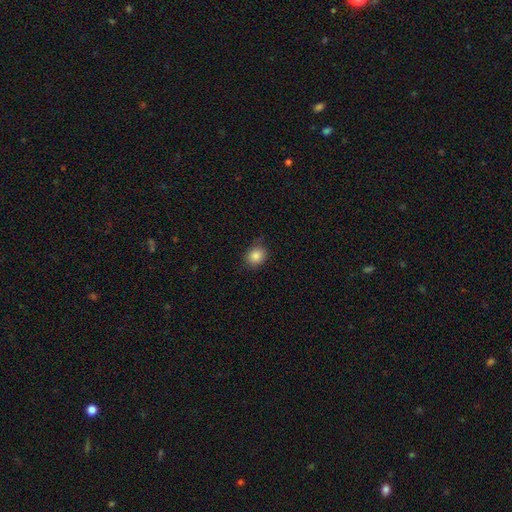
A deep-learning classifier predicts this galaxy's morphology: Smooth or featured?
  - smooth: 85% *
  - star or artifact: 10%
  - featured or disk: 5%
How rounded?
  - round: 67% *
  - in between: 32%
  - cigar-shaped: 1%
Merging?
  - none: 79% *
  - minor disturbance: 17%
  - major disturbance: 3%
  - merger: 1%